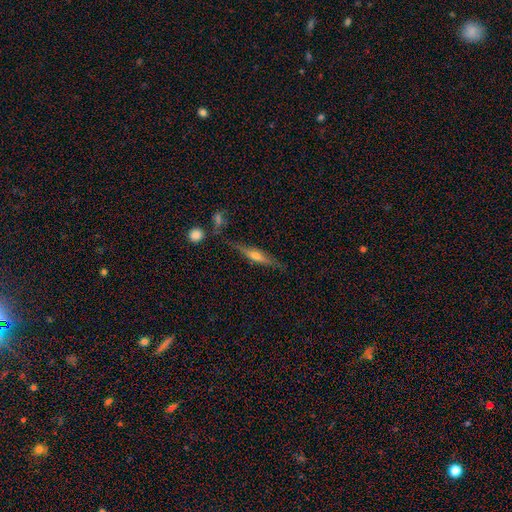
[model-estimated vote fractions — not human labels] Overall: featured or disk (64%; smooth 28%). Edge-on disk: yes (95%). Edge-on bulge: rounded (83%). Merging: none (81%).